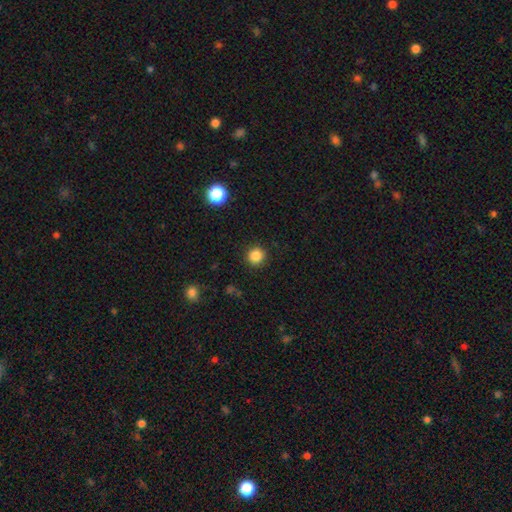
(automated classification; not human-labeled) Smooth or featured?
  - smooth: 85% *
  - star or artifact: 12%
  - featured or disk: 4%
How rounded?
  - round: 93% *
  - in between: 7%
  - cigar-shaped: 1%
Merging?
  - none: 91% *
  - minor disturbance: 6%
  - major disturbance: 2%
  - merger: 1%